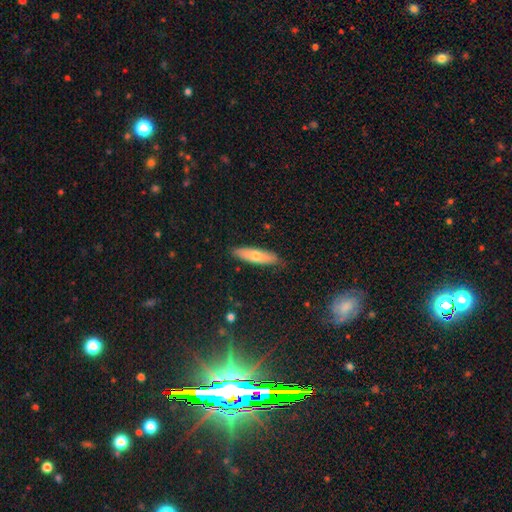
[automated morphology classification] Smooth or featured? smooth (65%)
How rounded? cigar-shaped (68%)
Merging? none (86%)